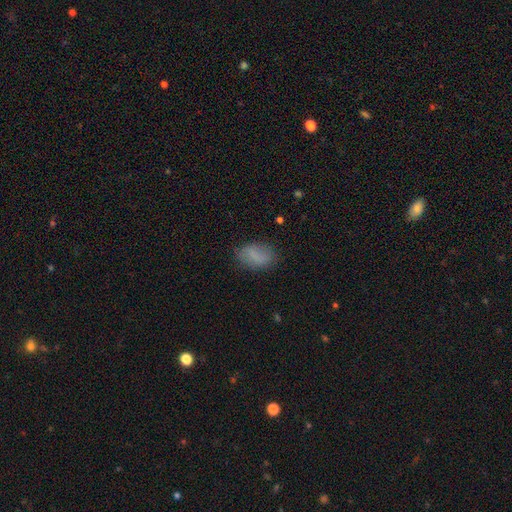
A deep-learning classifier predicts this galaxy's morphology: This appears to be a smooth galaxy with no disk features (76%) that is in between round and cigar-shaped (87%). Merging: none (78%).